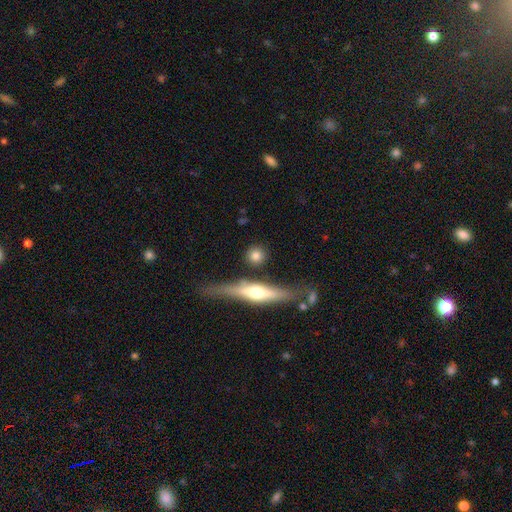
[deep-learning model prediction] Smooth or featured: smooth — 73% (featured or disk — 19%)
How rounded: round — 81% (in between — 10%)
Merging: none — 81% (minor disturbance — 9%)